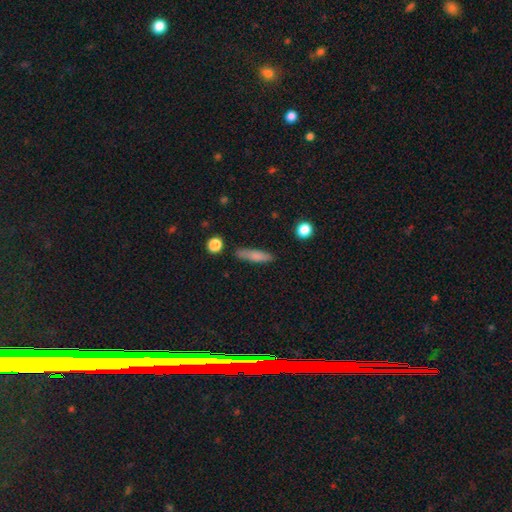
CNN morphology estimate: smooth_or_featured: smooth (p=0.75) [alt: featured or disk p=0.17]
how_rounded: cigar-shaped (p=0.79) [alt: in between p=0.19]
merging: none (p=0.82) [alt: minor disturbance p=0.12]